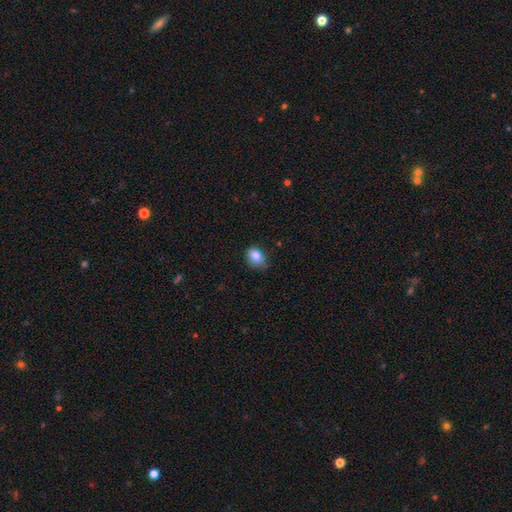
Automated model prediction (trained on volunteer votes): Overall: smooth (85%). How rounded: in between (62%; round 37%). Merging: none (66%; minor disturbance 28%).